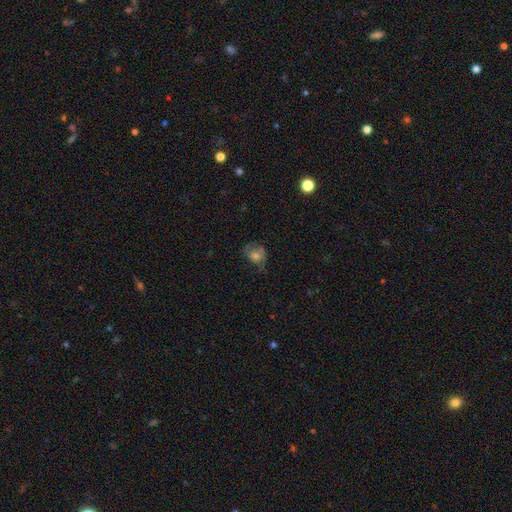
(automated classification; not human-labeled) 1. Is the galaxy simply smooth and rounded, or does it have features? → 56% smooth, 31% featured or disk, 13% star or artifact.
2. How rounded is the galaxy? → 50% round, 48% in between, 1% cigar-shaped.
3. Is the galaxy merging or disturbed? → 47% none, 29% minor disturbance, 22% major disturbance, 2% merger.